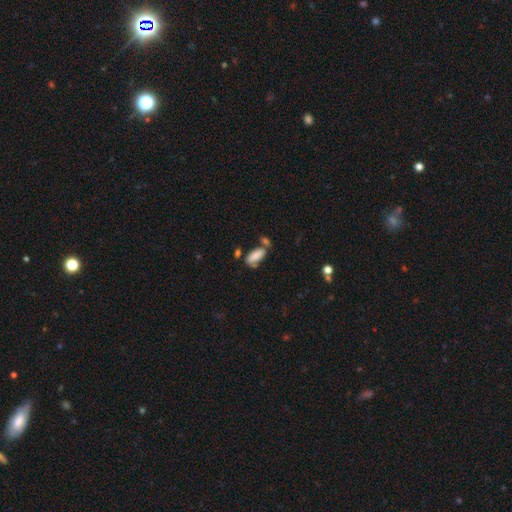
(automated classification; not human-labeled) Smooth or featured? smooth (81%)
How rounded? in between (83%)
Merging? none (45%)